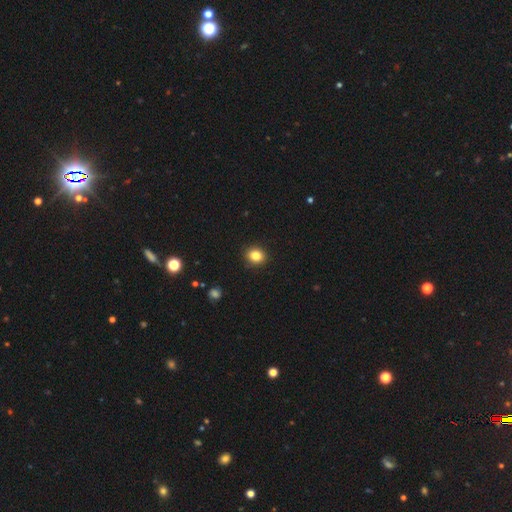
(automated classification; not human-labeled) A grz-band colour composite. It shows a smooth galaxy with no disk features (84%) that is round (69%). Merging: none (91%).